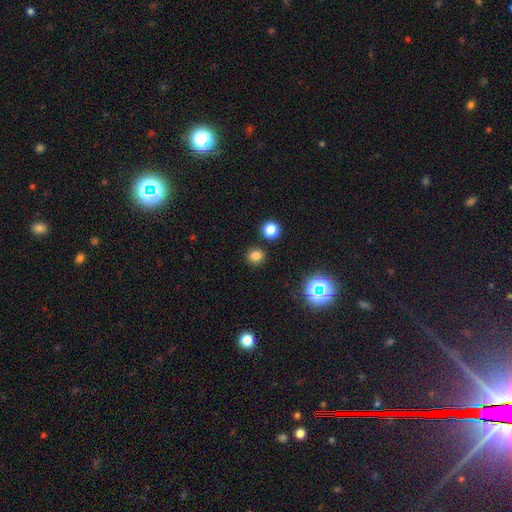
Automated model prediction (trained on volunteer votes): Smooth or featured: smooth — 77% (star or artifact — 18%)
How rounded: round — 83% (in between — 16%)
Merging: none — 86% (minor disturbance — 6%)